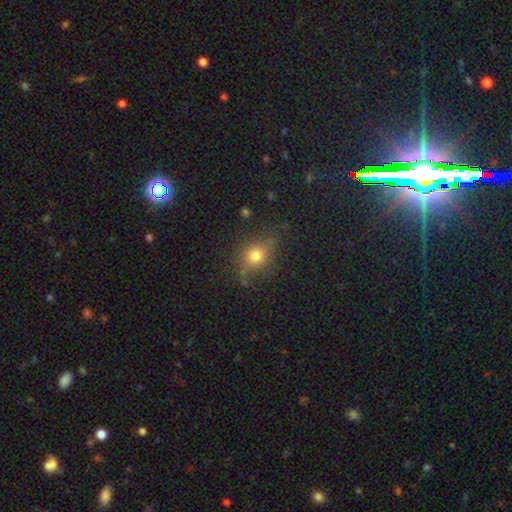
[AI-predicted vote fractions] This is likely a smooth galaxy (70%). How rounded: likely round (64%). Merging: likely none (72%).